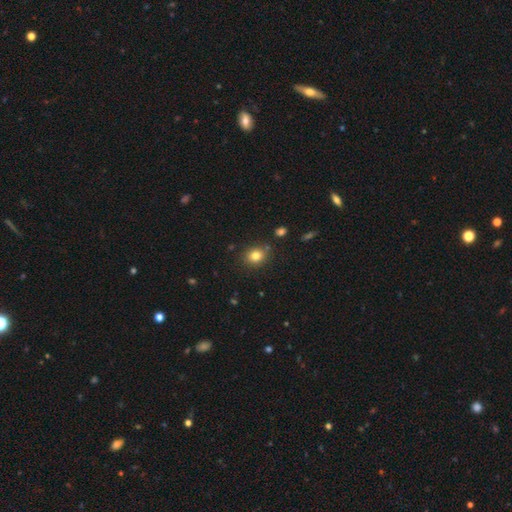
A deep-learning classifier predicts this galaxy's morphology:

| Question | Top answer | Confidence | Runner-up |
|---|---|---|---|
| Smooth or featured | smooth | 81% | star or artifact (12%) |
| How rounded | round | 66% | in between (33%) |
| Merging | none | 82% | minor disturbance (11%) |